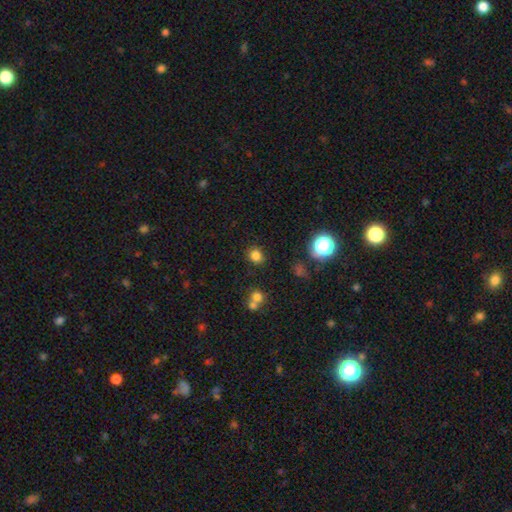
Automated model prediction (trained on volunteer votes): smooth_or_featured: smooth (p=0.79) [alt: star or artifact p=0.16]
how_rounded: round (p=0.73) [alt: in between p=0.26]
merging: none (p=0.85) [alt: minor disturbance p=0.08]